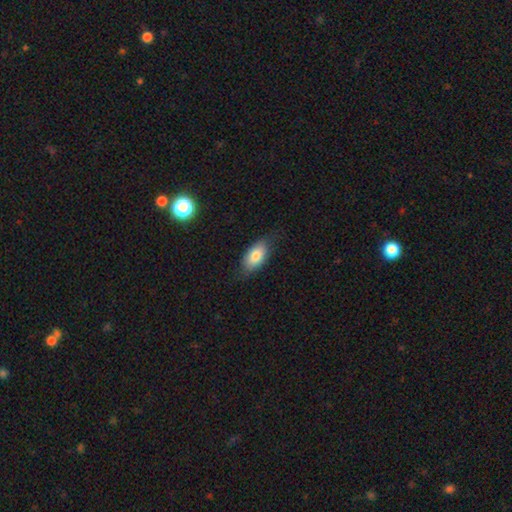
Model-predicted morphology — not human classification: A smooth galaxy with no disk features (79%) that is in between round and cigar-shaped (91%). Merging: none (74%).